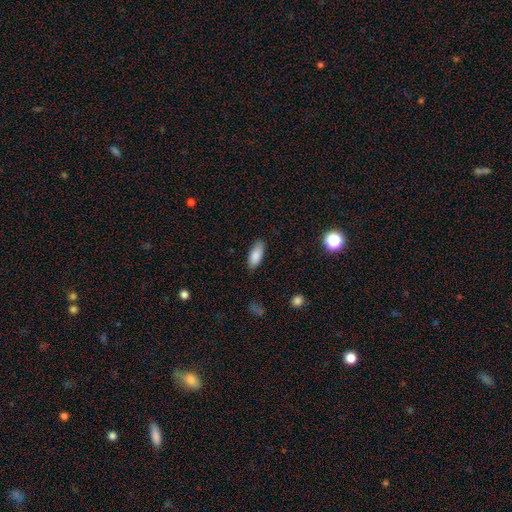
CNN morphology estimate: Q: Smooth or featured?
A: smooth (87%); runner-up: star or artifact (7%)
Q: How rounded?
A: in between (85%); runner-up: cigar-shaped (13%)
Q: Merging?
A: none (84%); runner-up: minor disturbance (12%)